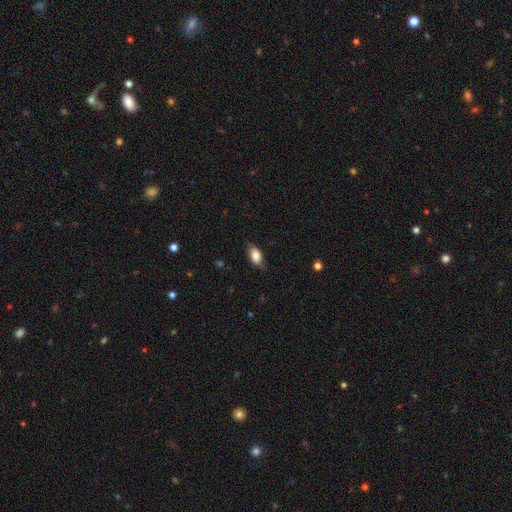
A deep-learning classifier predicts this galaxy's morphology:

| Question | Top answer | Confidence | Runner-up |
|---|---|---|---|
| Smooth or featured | smooth | 82% | featured or disk (11%) |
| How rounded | in between | 89% | cigar-shaped (6%) |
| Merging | none | 74% | minor disturbance (20%) |